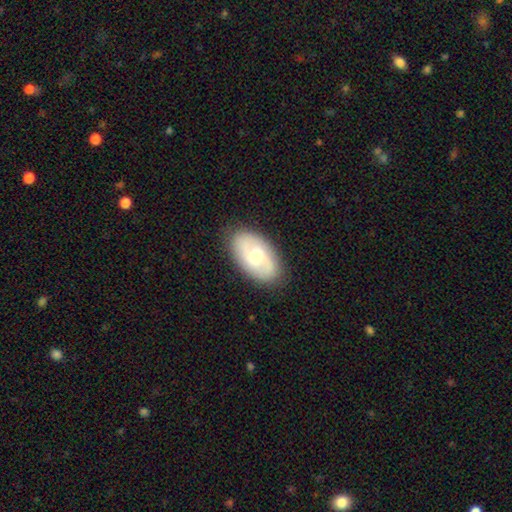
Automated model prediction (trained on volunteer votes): A featured or disk galaxy (49%). Merging: none (85%).